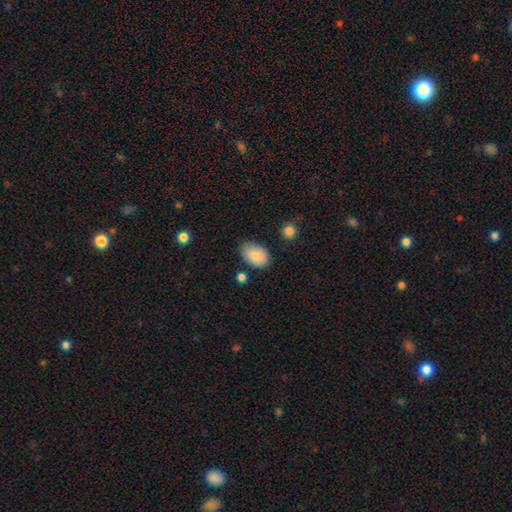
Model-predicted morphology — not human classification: A smooth galaxy with no disk features (85%) that is in between round and cigar-shaped (89%).

Vote fractions:
- Smooth or featured? smooth: 85% / featured or disk: 8% / star or artifact: 7%
- How rounded? in between: 89% / round: 10% / cigar-shaped: 1%
- Merging? none: 76% / minor disturbance: 18% / major disturbance: 3% / merger: 3%